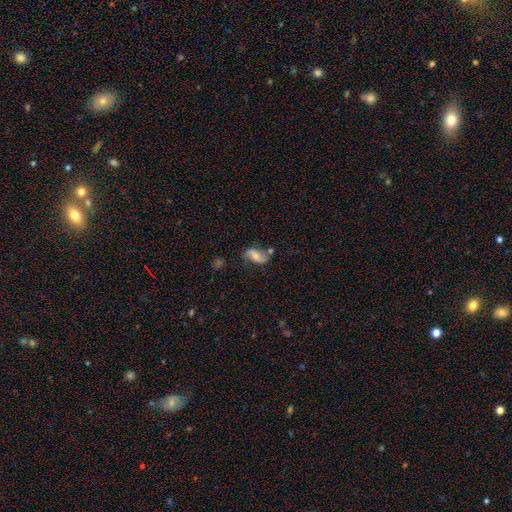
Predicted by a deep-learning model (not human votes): Morphology: type=featured or disk (63%); edge-on=no (96%); bar=no (45%); spiral arms=yes (89%); winding=loose (71%); arm count=2 (90%); bulge=moderate (46%); merging=none (61%).